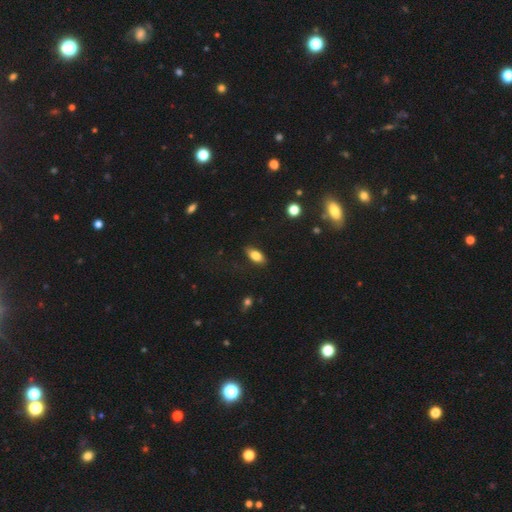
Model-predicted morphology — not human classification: Smooth or featured? smooth (81%)
How rounded? in between (86%)
Merging? none (83%)